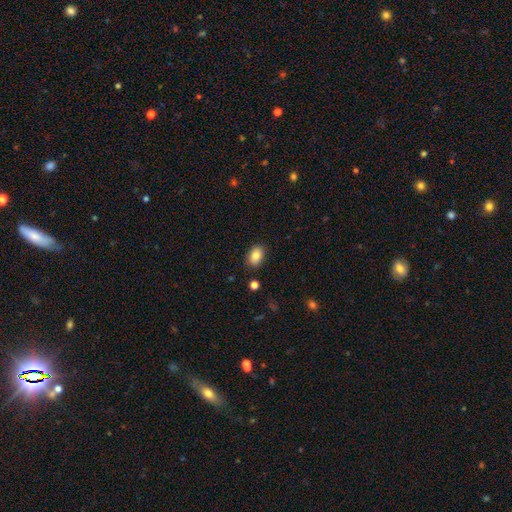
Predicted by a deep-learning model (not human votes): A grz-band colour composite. It shows a smooth galaxy with no disk features (82%) that is in between round and cigar-shaped (80%). Merging: none (83%).